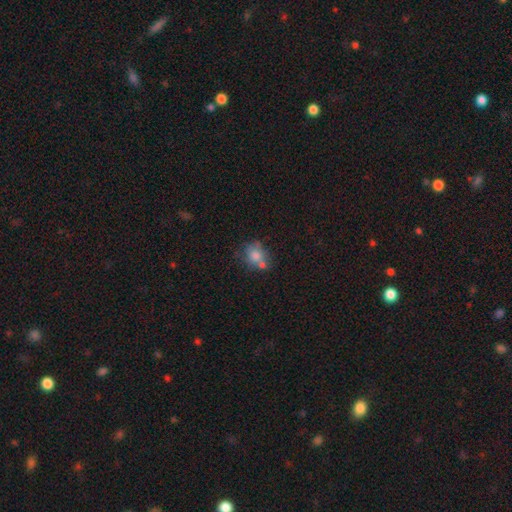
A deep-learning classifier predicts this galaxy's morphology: smooth-or-featured: smooth: 71% | featured or disk: 19% | star or artifact: 10%
  how-rounded: round: 59% | in between: 39% | cigar-shaped: 1%
  merging: none: 41% | merger: 33% | minor disturbance: 18% | major disturbance: 9%